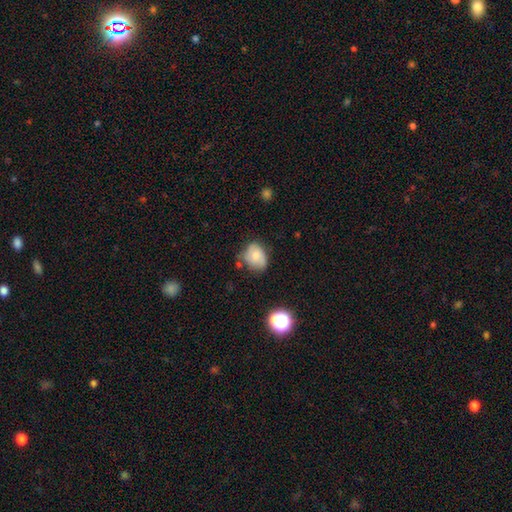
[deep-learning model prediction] A smooth galaxy with no disk features (69%) that is in between round and cigar-shaped (53%). Merging: none (56%).